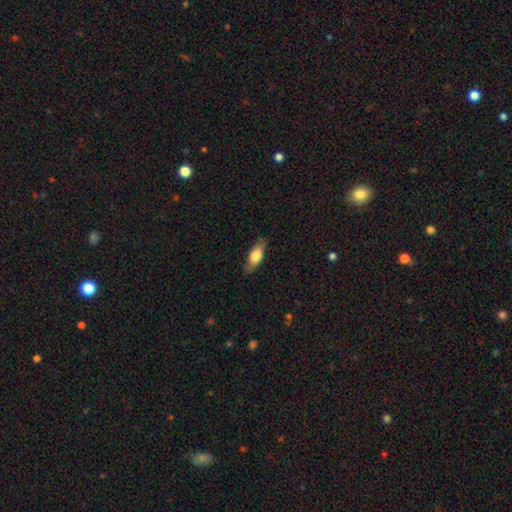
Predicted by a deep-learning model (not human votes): Smooth or featured: smooth — 68% (featured or disk — 26%)
How rounded: in between — 72% (cigar-shaped — 24%)
Merging: none — 81% (minor disturbance — 15%)